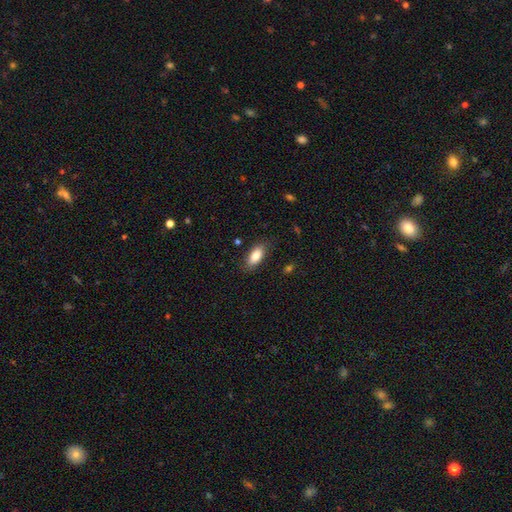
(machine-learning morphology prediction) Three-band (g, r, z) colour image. It shows a smooth galaxy with no disk features (84%) that is in between round and cigar-shaped (87%). Merging: none (83%).